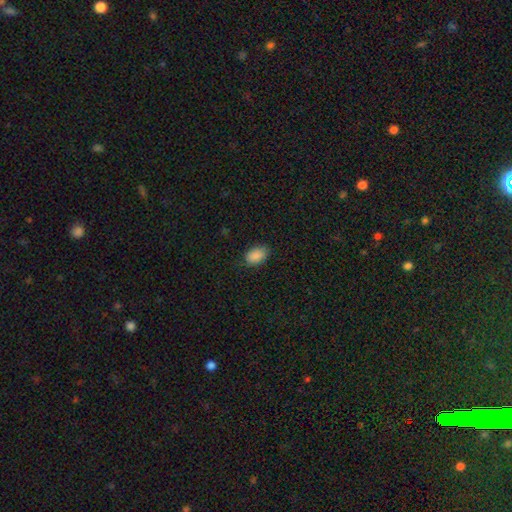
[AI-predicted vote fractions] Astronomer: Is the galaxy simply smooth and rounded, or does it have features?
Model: smooth — 88%.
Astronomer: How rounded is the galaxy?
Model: in between — 87%.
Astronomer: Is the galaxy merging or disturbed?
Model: none — 77%.